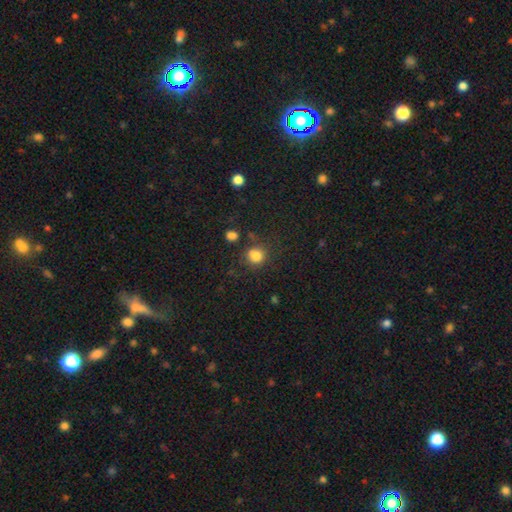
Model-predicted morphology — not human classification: A smooth galaxy with no disk features (81%) that is round (82%). Merging: none (73%).